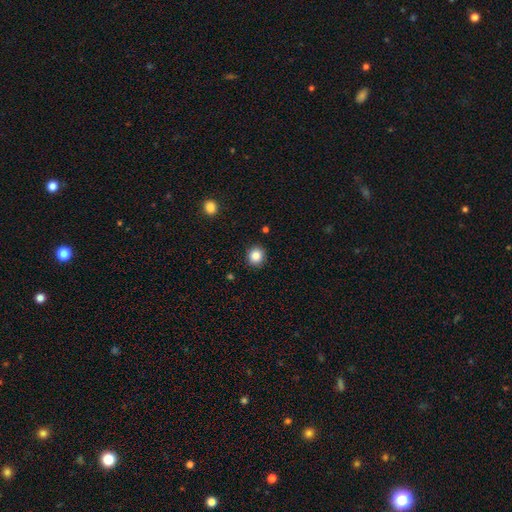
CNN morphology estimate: This is clearly a smooth galaxy (85%). How rounded: clearly round (89%). Merging: clearly none (91%).